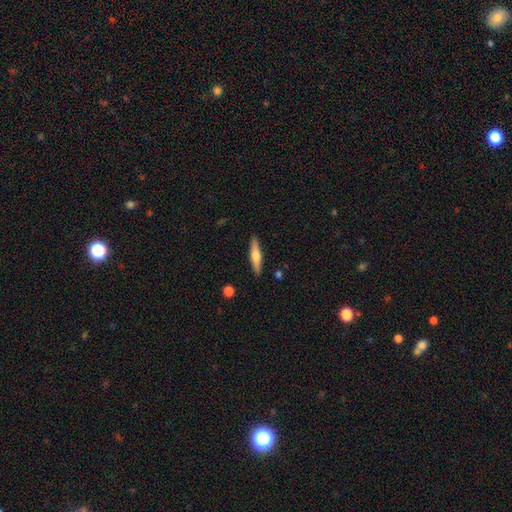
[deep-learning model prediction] Smooth or featured? Predicted: smooth (p=0.50). Merging? Predicted: none (p=0.90).